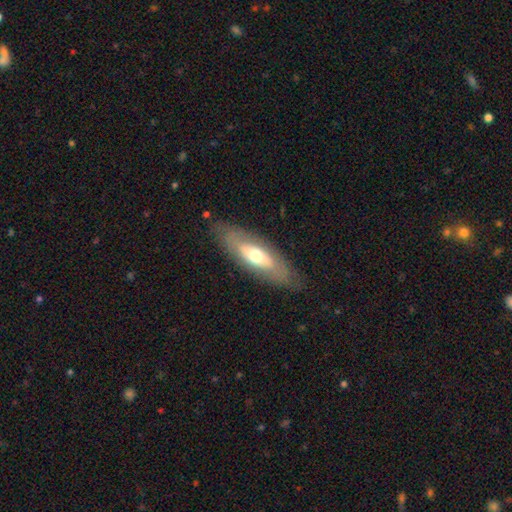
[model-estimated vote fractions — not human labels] This appears to be a smooth galaxy with no disk features (48%). Merging: none (80%).